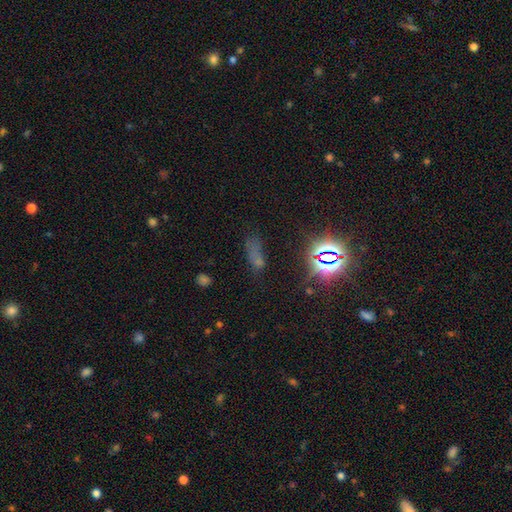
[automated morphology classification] A star or artifact, not a galaxy (47%).